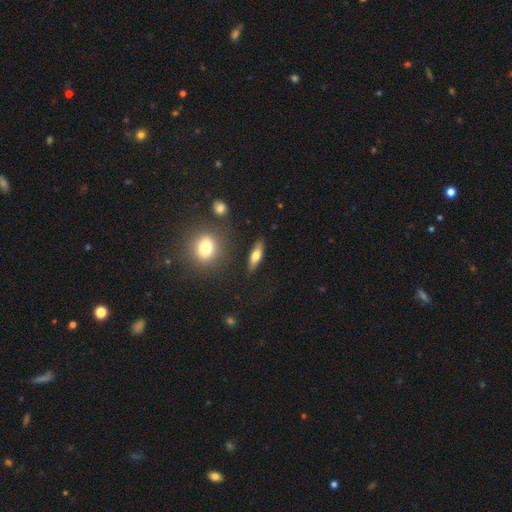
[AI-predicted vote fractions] smooth_or_featured: smooth (p=0.57) [alt: featured or disk p=0.36]
how_rounded: cigar-shaped (p=0.50) [alt: in between p=0.45]
merging: none (p=0.83) [alt: minor disturbance p=0.11]